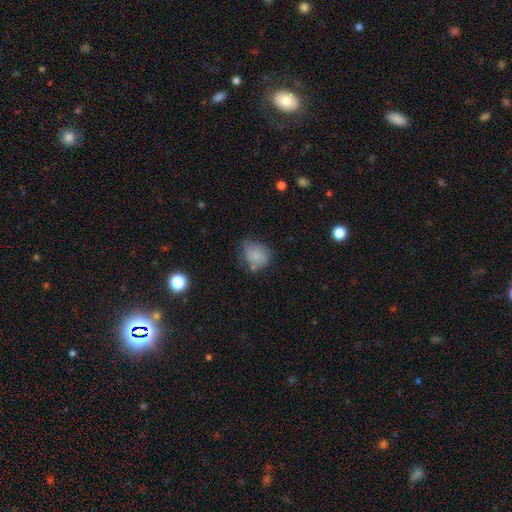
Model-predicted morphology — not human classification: Smooth or featured? smooth (72%)
How rounded? round (70%)
Merging? none (48%)